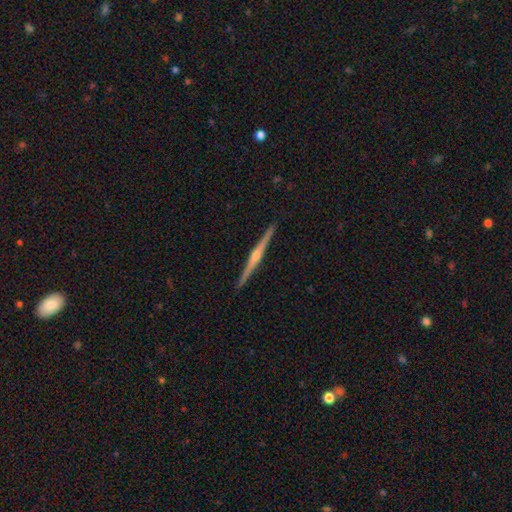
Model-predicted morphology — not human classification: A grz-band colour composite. It shows a featured or disk galaxy (83%) viewed edge-on (99%) with a rounded central bulge (84%). Merging: none (92%).